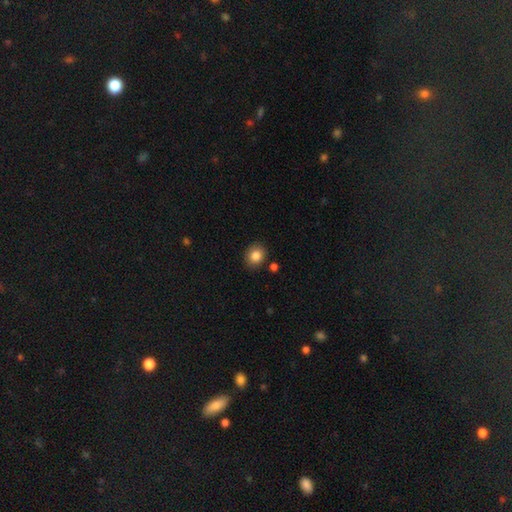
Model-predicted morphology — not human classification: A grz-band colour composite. It shows a smooth galaxy with no disk features (85%) that is round (62%). Merging: none (86%).